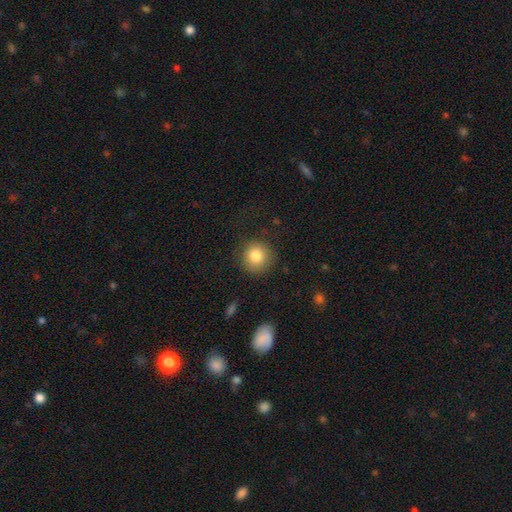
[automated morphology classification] This is clearly a smooth galaxy (84%). How rounded: clearly round (91%). Merging: clearly none (85%).